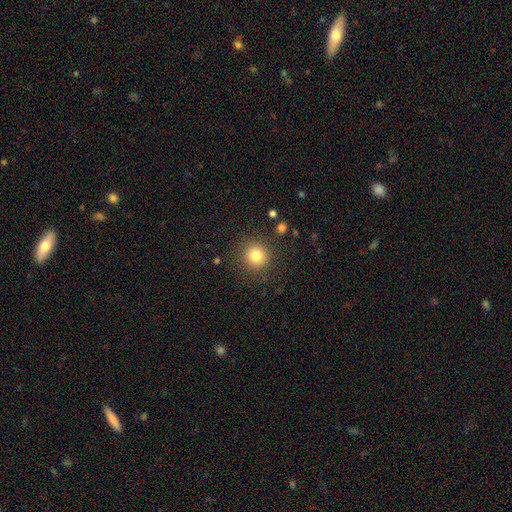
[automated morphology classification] A smooth galaxy with no disk features (79%) that is round (94%). Merging: none (88%).